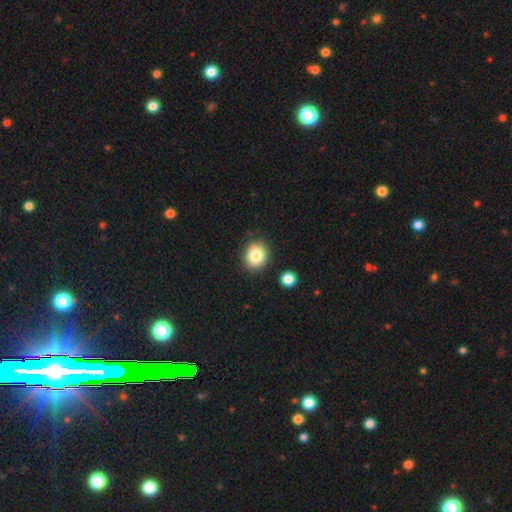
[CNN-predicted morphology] Smooth or featured?
  - smooth: 82% *
  - star or artifact: 10%
  - featured or disk: 8%
How rounded?
  - round: 73% *
  - in between: 26%
  - cigar-shaped: 1%
Merging?
  - none: 84% *
  - minor disturbance: 10%
  - merger: 4%
  - major disturbance: 3%